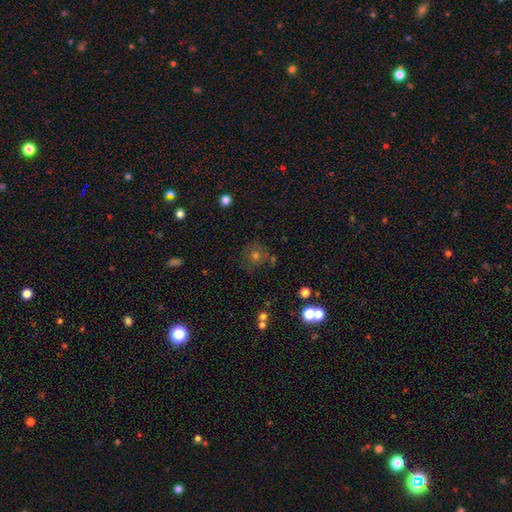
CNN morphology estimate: smooth_or_featured: smooth (p=0.53) [alt: star or artifact p=0.29]
how_rounded: round (p=0.89) [alt: in between p=0.09]
merging: none (p=0.76) [alt: minor disturbance p=0.13]